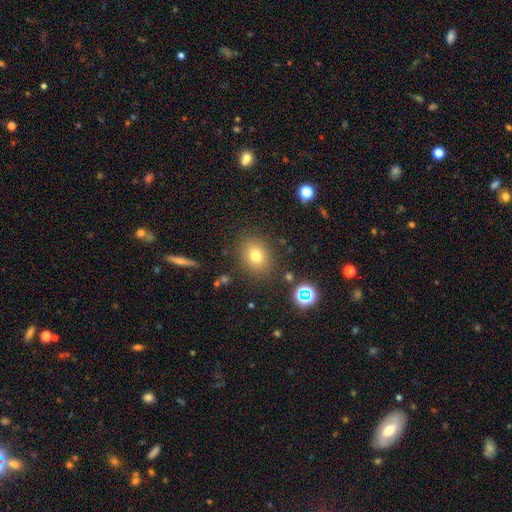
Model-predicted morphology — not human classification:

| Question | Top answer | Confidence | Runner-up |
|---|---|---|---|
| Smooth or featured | smooth | 75% | star or artifact (15%) |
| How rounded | round | 56% | in between (43%) |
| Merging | none | 84% | minor disturbance (10%) |